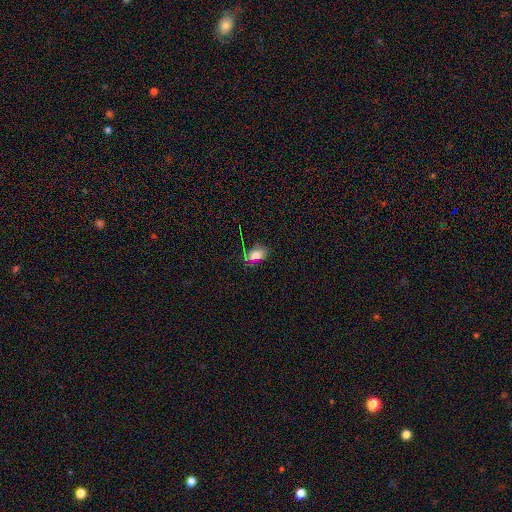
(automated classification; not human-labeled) Smooth or featured? smooth (70%)
How rounded? in between (86%)
Merging? none (72%)